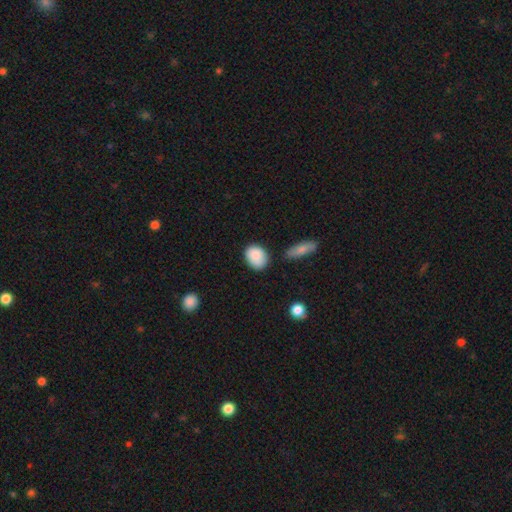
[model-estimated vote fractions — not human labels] Q: Smooth or featured?
A: smooth (88%); runner-up: star or artifact (7%)
Q: How rounded?
A: in between (65%); runner-up: round (33%)
Q: Merging?
A: none (71%); runner-up: minor disturbance (20%)